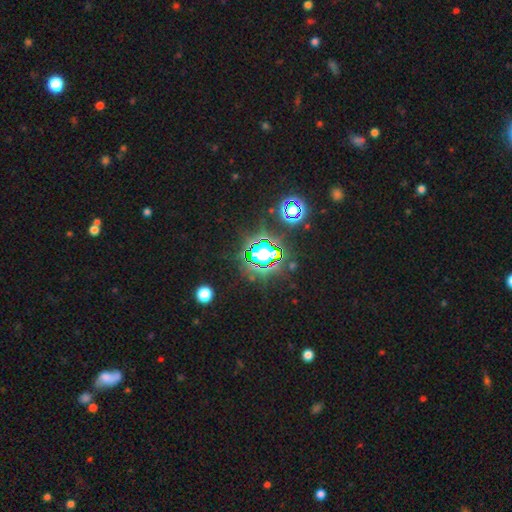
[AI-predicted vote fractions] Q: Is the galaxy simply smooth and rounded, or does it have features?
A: star or artifact — 82%.